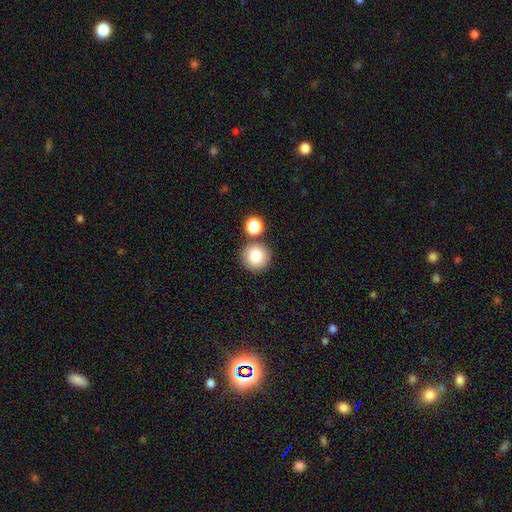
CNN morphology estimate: smooth 83%, star or artifact 10%, featured or disk 8%. Down the decision tree: how rounded — round (94%); merging — none (78%).